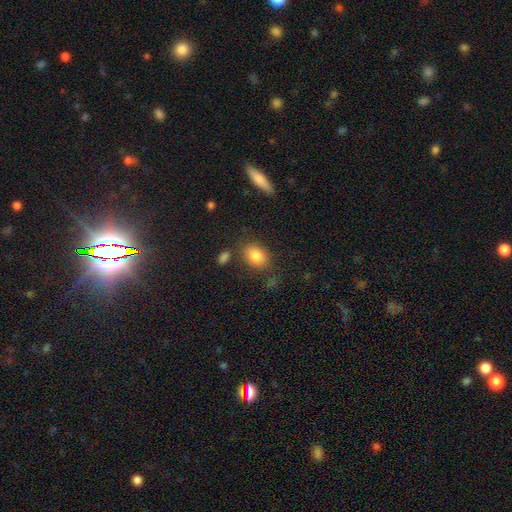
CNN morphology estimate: smooth 85%, star or artifact 9%, featured or disk 6%. Down the decision tree: how rounded — in between (74%); merging — none (71%).